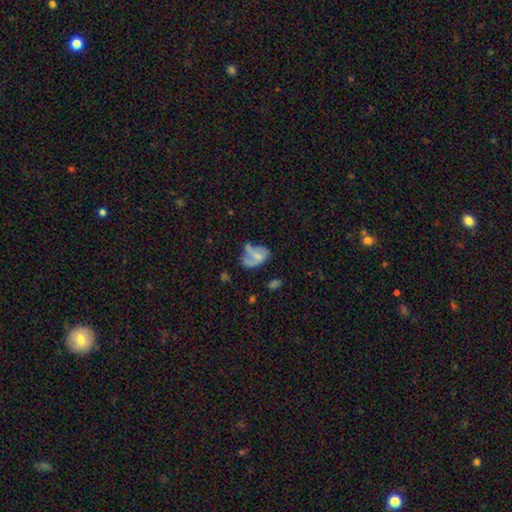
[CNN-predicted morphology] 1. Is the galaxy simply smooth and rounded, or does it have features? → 47% featured or disk, 43% smooth, 10% star or artifact.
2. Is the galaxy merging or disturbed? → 34% major disturbance, 26% none, 25% minor disturbance, 14% merger.